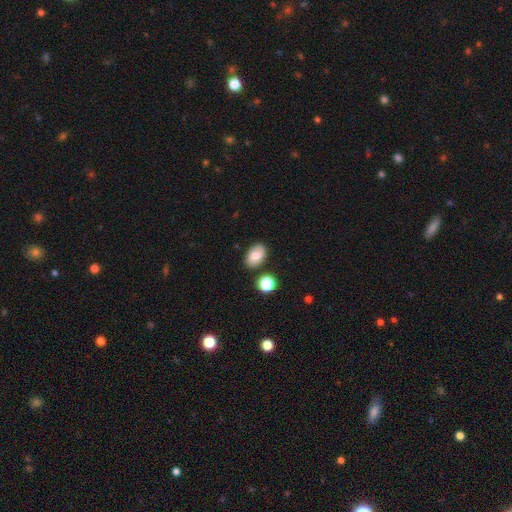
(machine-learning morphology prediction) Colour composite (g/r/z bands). It shows a smooth galaxy with no disk features (80%) that is in between round and cigar-shaped (87%). Merging: none (78%).